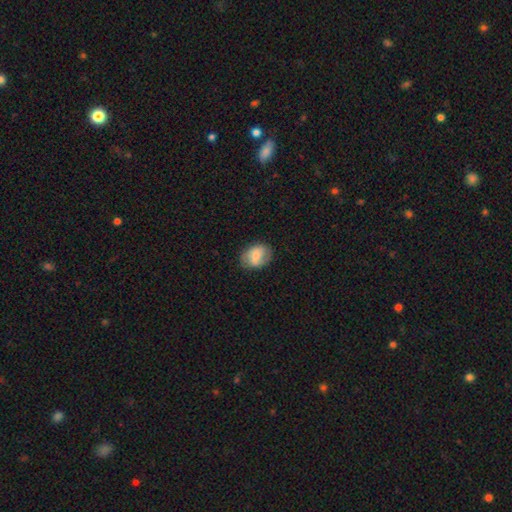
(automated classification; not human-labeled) Smooth or featured? Predicted: smooth (p=0.60). How rounded? Predicted: in between (p=0.69). Merging? Predicted: none (p=0.75).